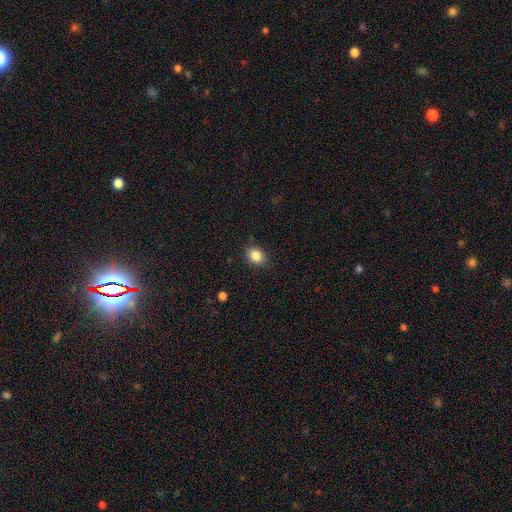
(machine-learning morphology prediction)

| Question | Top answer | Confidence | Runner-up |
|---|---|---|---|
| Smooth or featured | smooth | 85% | star or artifact (10%) |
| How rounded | in between | 52% | round (47%) |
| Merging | none | 83% | minor disturbance (13%) |